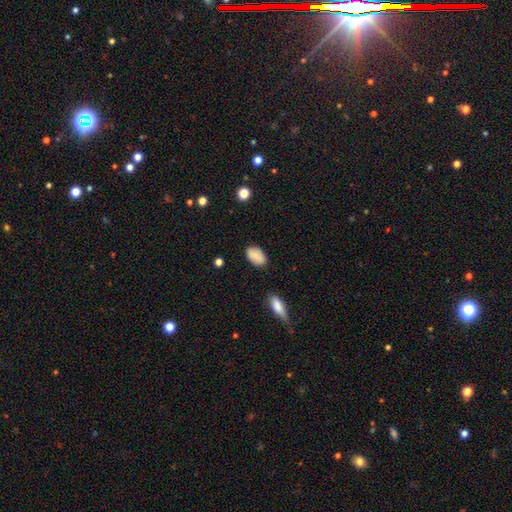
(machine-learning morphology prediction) The model was most divided on "merging": none: 82%, minor disturbance: 13%, major disturbance: 3%, merger: 2%. More confident: how rounded — in between (91%); smooth or featured — smooth (86%).